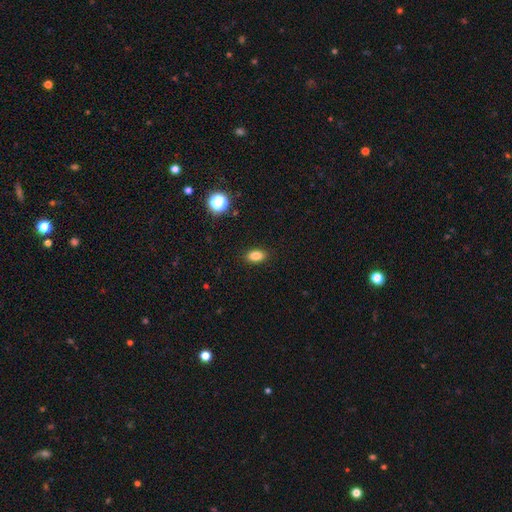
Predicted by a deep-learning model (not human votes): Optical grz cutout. It shows a smooth galaxy with no disk features (84%) that is in between round and cigar-shaped (87%). Merging: none (89%).